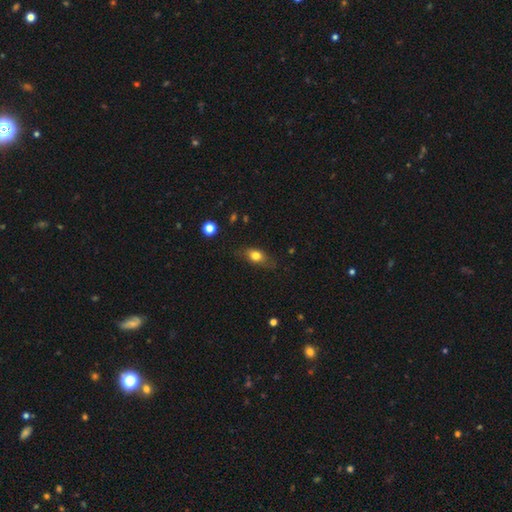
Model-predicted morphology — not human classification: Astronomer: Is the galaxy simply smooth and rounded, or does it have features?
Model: smooth — 73%.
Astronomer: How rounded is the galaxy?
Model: in between — 72%.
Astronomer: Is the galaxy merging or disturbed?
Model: none — 72%.